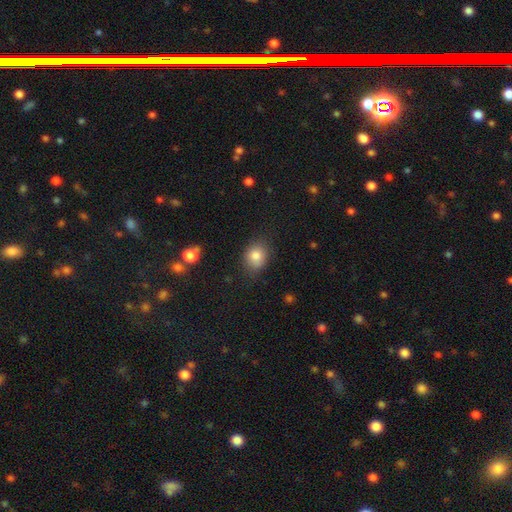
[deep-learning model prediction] Smooth or featured: smooth — 82% (star or artifact — 10%)
How rounded: round — 53% (in between — 46%)
Merging: none — 76% (minor disturbance — 18%)